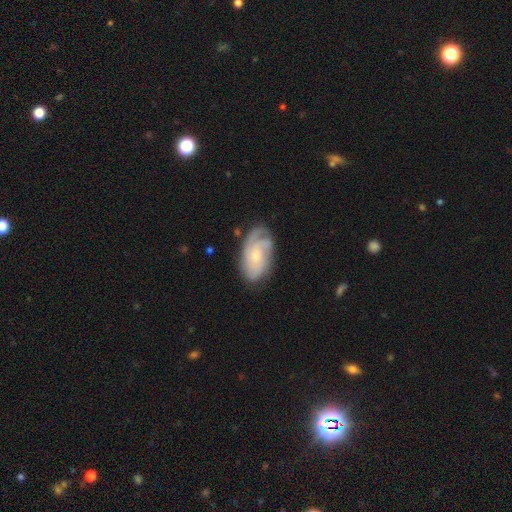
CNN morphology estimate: featured or disk 77%, smooth 17%, star or artifact 6%. Down the decision tree: edge-on disk — no (96%); bar — no (71%); spiral arms — yes (95%); spiral arm count — 3 (31%); spiral winding — tight (56%); bulge size — small (62%); merging — none (69%).